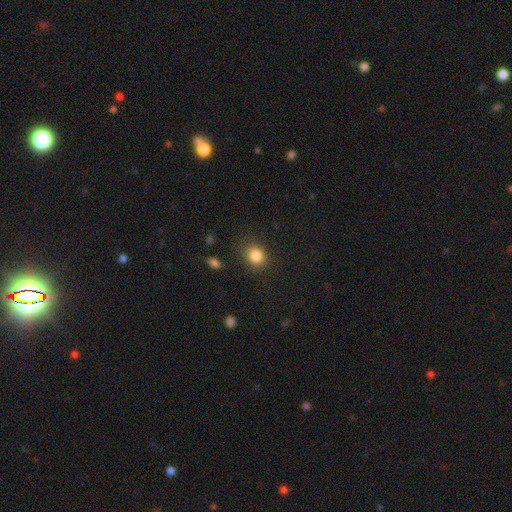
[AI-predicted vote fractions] Overall: smooth (84%). How rounded: round (60%; in between 39%). Merging: none (83%).